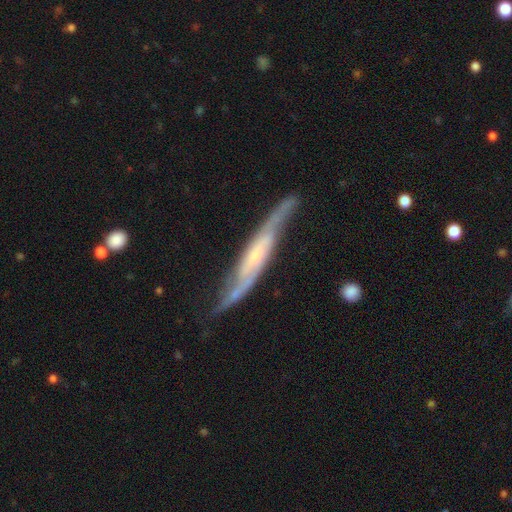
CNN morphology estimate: Smooth or featured? featured or disk (82%)
Edge-on disk? yes (51%)
Merging? none (69%)